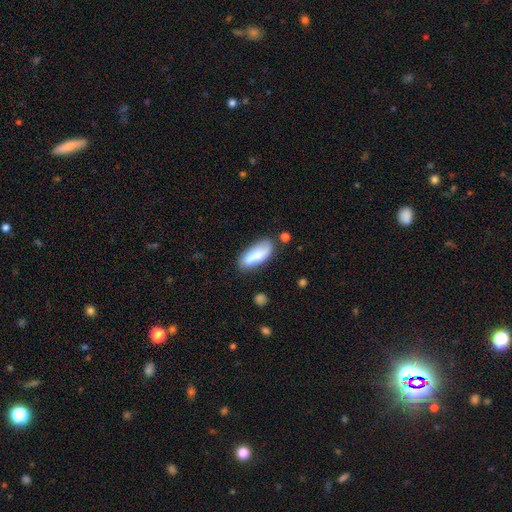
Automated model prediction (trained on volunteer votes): Smooth or featured? smooth (74%)
How rounded? in between (70%)
Merging? none (67%)